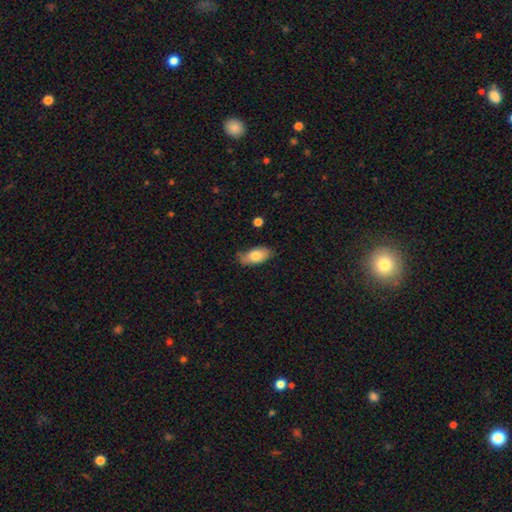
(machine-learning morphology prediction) A smooth galaxy with no disk features (78%) that is in between round and cigar-shaped (90%).

Vote fractions:
- Smooth or featured? smooth: 78% / featured or disk: 15% / star or artifact: 7%
- How rounded? in between: 90% / cigar-shaped: 6% / round: 3%
- Merging? none: 70% / minor disturbance: 23% / major disturbance: 4% / merger: 2%